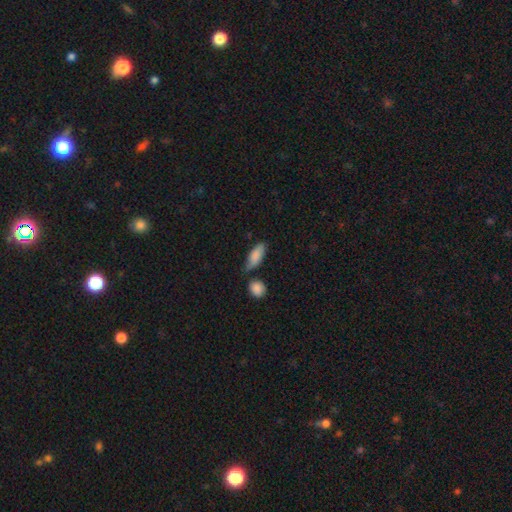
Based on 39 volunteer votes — Smooth or featured?
  - smooth: 87% *
  - featured or disk: 10%
  - star or artifact: 3%
How rounded?
  - in between: 88% *
  - cigar-shaped: 12%
  - round: 0%
Merging?
  - none: 37% *
  - minor disturbance: 32%
  - major disturbance: 21%
  - merger: 11%